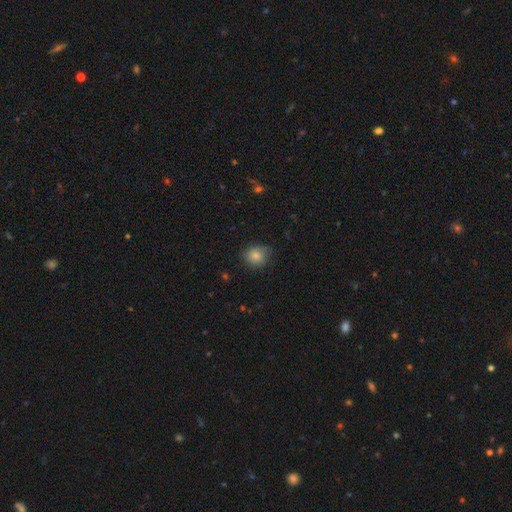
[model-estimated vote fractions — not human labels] smooth 80%, featured or disk 11%, star or artifact 9%. Down the decision tree: how rounded — round (74%); merging — none (69%).